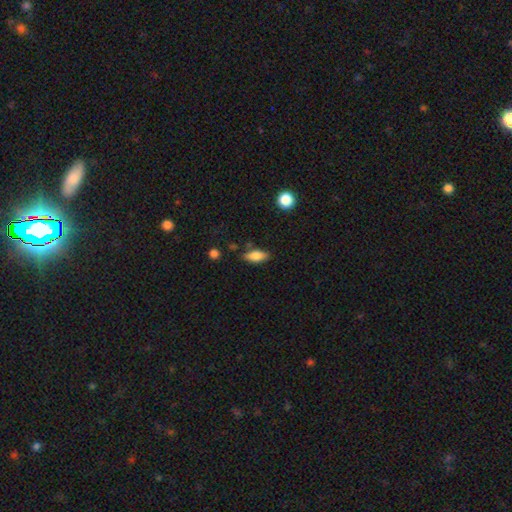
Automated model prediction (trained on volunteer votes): A smooth galaxy with no disk features (81%) that is in between round and cigar-shaped (81%).

Vote fractions:
- Smooth or featured? smooth: 81% / featured or disk: 12% / star or artifact: 7%
- How rounded? in between: 81% / cigar-shaped: 16% / round: 3%
- Merging? none: 76% / minor disturbance: 17% / major disturbance: 4% / merger: 3%